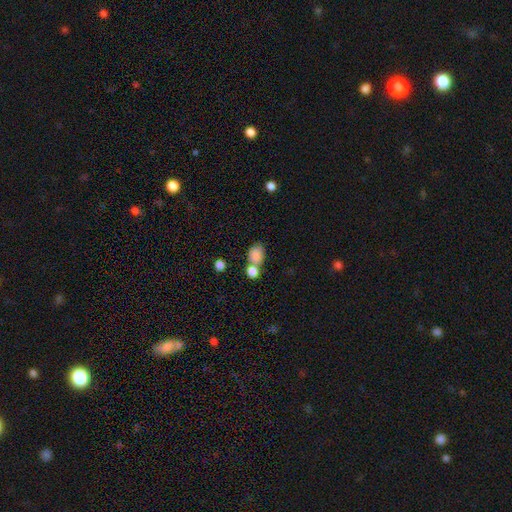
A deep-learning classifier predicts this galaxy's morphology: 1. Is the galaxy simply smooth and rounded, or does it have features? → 84% smooth, 10% star or artifact, 7% featured or disk.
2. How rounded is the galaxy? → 65% in between, 33% round, 1% cigar-shaped.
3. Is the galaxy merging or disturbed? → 45% none, 38% merger, 12% minor disturbance, 5% major disturbance.